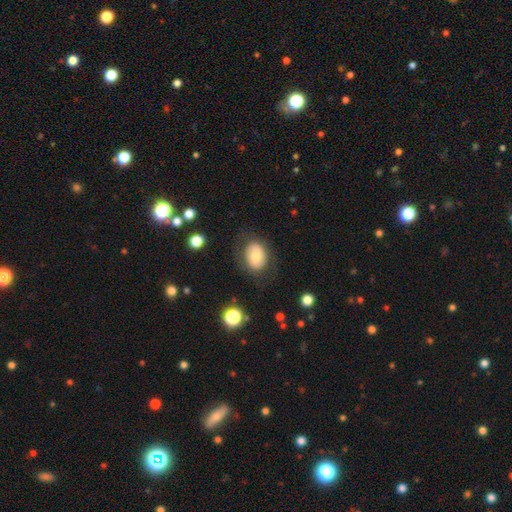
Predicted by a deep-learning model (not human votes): Morphology: type=smooth (70%); roundness=in between (69%); merging=none (76%).